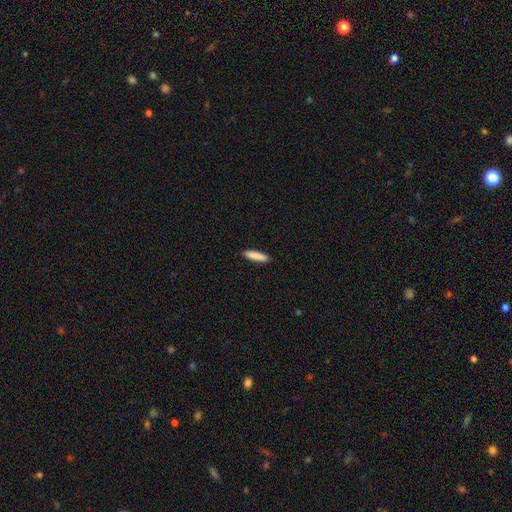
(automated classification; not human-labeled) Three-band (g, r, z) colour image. It shows a smooth galaxy with no disk features (87%) that is cigar-shaped (79%). Merging: none (90%).